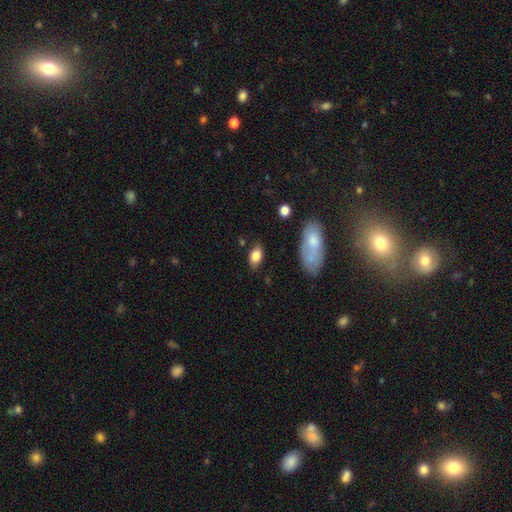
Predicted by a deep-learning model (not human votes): This appears to be a smooth galaxy with no disk features (82%) that is in between round and cigar-shaped (88%). Merging: none (75%).